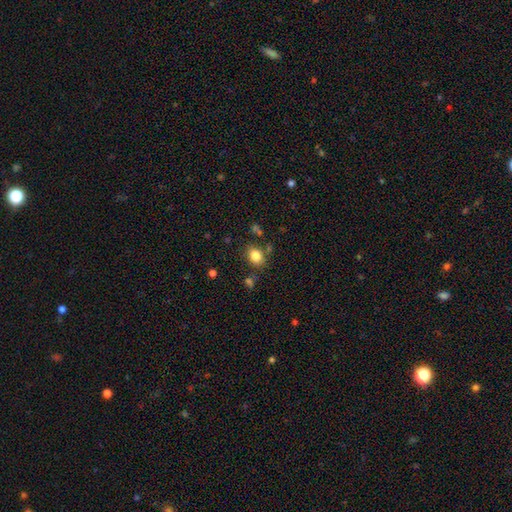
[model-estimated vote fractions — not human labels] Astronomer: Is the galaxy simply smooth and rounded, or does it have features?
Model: smooth — 82%.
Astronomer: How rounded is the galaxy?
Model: in between — 55% (runner-up: round, 44%).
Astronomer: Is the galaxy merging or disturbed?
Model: none — 77%.